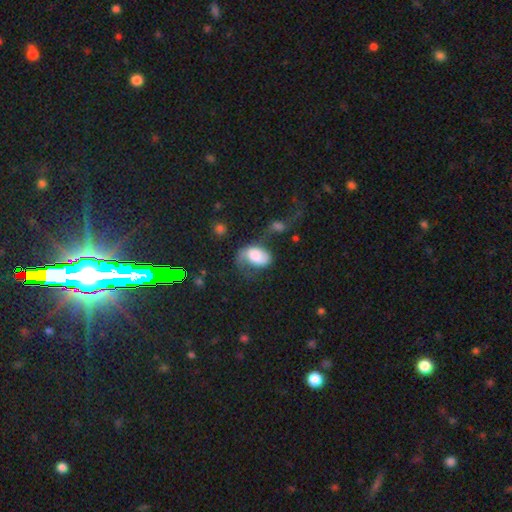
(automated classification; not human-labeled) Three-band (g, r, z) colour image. It shows a smooth galaxy with no disk features (46%). Merging: major disturbance (39%).